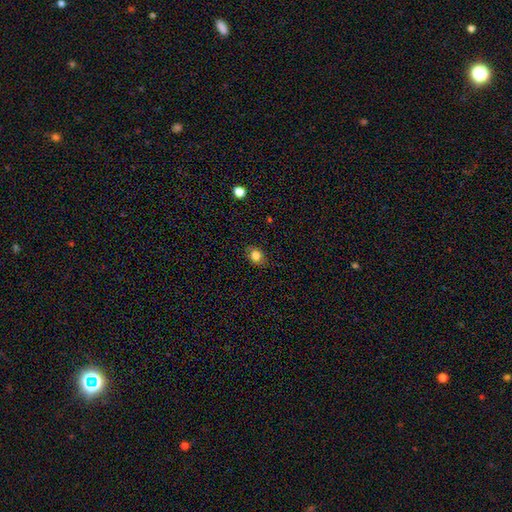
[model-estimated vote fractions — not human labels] smooth 80%, star or artifact 11%, featured or disk 9%. Down the decision tree: how rounded — round (55%); merging — none (81%).